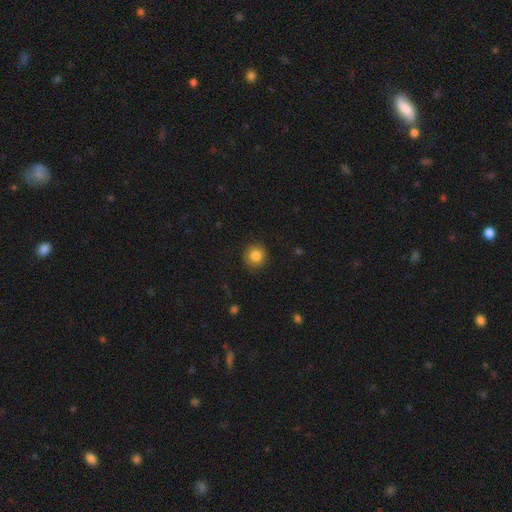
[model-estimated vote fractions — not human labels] Overall: smooth (84%). How rounded: round (88%). Merging: none (89%).